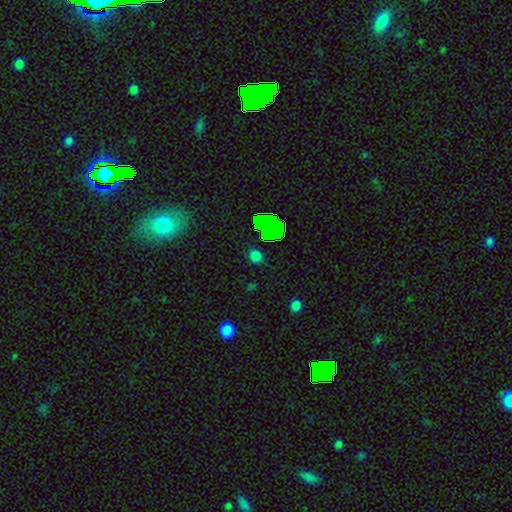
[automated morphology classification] The model was most divided on "smooth or featured": smooth: 66%, star or artifact: 27%, featured or disk: 7%. More confident: merging — none (82%); how rounded — round (72%).